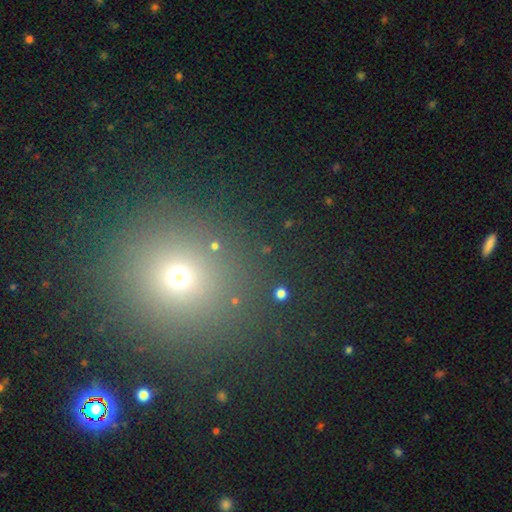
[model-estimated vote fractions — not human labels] Smooth or featured? Predicted: smooth (p=0.59). How rounded? Predicted: round (p=0.90). Merging? Predicted: none (p=0.88).